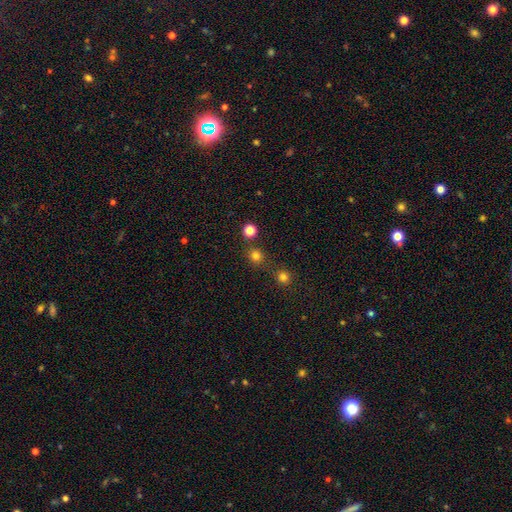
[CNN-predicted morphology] type=smooth (77%); roundness=round (90%); merging=none (77%).